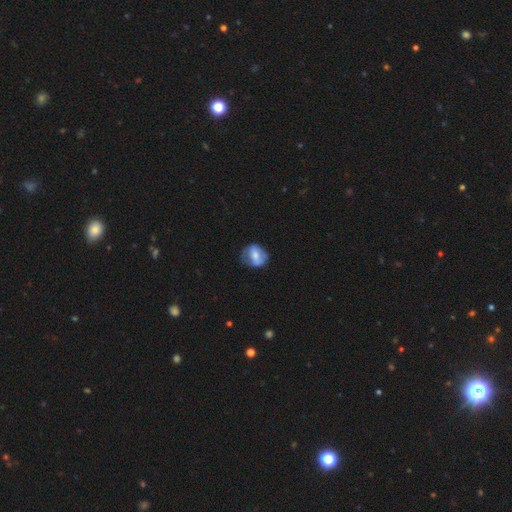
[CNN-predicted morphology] This is possibly a smooth galaxy (50%). Merging: likely none (65%).